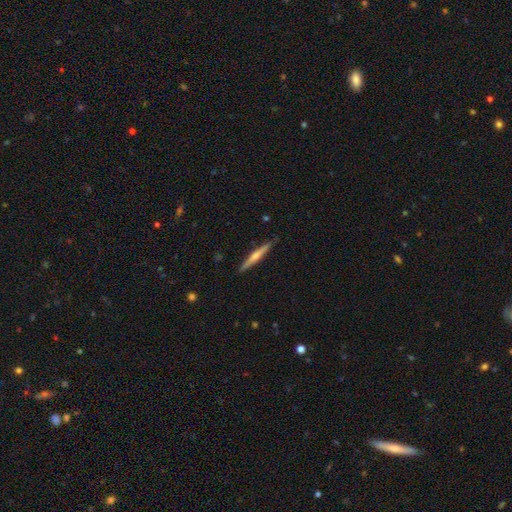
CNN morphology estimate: Q: Smooth or featured?
A: featured or disk (54%); runner-up: smooth (40%)
Q: Edge-on disk?
A: yes (97%); runner-up: no (3%)
Q: Edge-on bulge?
A: rounded (66%); runner-up: none (26%)
Q: Merging?
A: none (89%); runner-up: minor disturbance (8%)